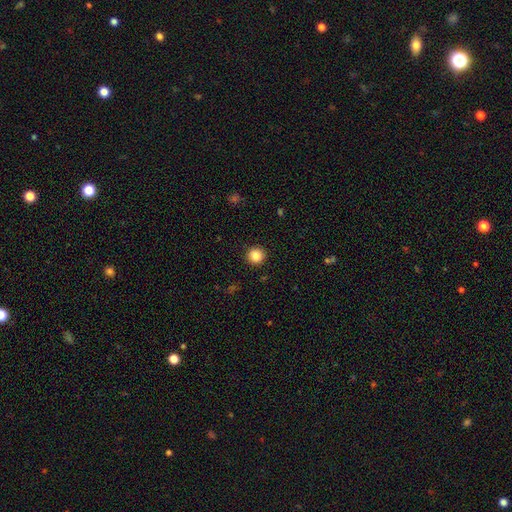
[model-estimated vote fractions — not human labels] The model was most divided on "smooth or featured": smooth: 86%, star or artifact: 10%, featured or disk: 3%. More confident: how rounded — round (93%); merging — none (91%).